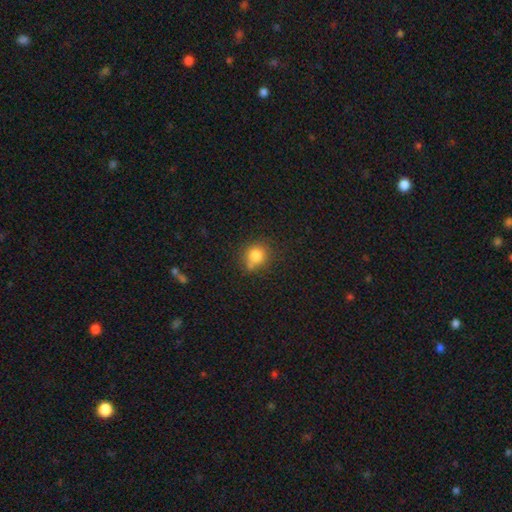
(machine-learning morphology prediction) This appears to be a smooth galaxy with no disk features (81%) that is round (82%). Merging: none (66%).